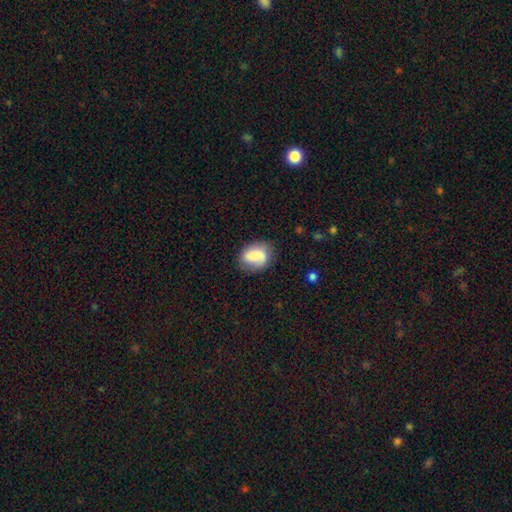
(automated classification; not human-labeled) smooth_or_featured: smooth (p=0.66) [alt: featured or disk p=0.26]
how_rounded: in between (p=0.66) [alt: round p=0.33]
merging: none (p=0.65) [alt: minor disturbance p=0.24]